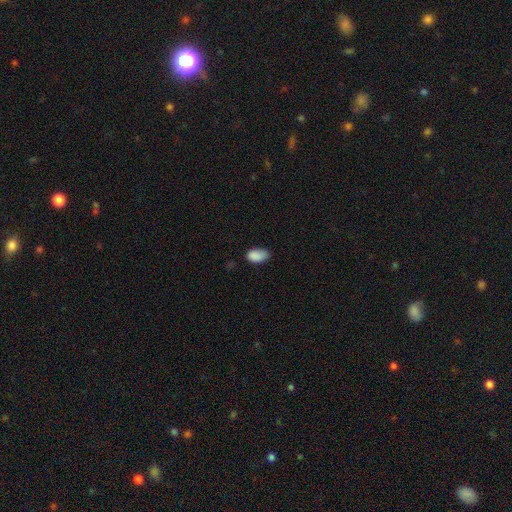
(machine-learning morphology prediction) A smooth galaxy with no disk features (87%) that is in between round and cigar-shaped (92%). Merging: none (62%).